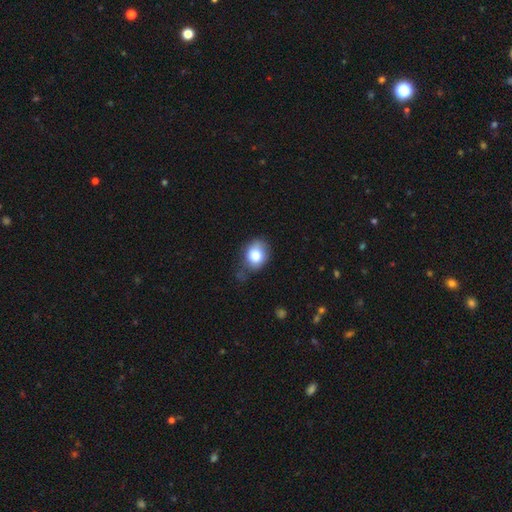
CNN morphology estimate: This appears to be a smooth galaxy with no disk features (79%) that is round (51%). Merging: none (51%).